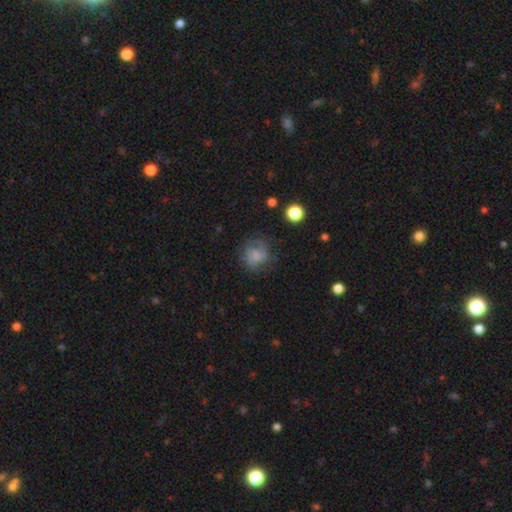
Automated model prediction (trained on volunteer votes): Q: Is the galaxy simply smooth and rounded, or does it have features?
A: featured or disk — 51%.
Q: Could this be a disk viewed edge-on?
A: no — 98%.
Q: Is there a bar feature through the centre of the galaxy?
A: no — 67%.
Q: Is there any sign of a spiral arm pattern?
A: yes — 84%.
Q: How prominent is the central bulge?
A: none — 45%.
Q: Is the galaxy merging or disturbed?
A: none — 62%.